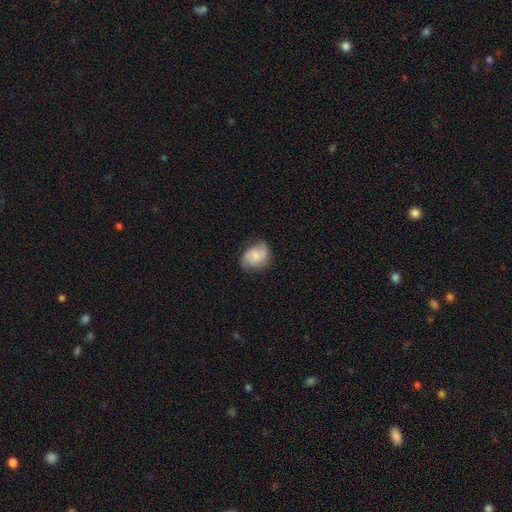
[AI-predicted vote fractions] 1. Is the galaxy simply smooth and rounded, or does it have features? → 50% smooth, 42% featured or disk, 8% star or artifact.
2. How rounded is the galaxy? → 58% in between, 41% round, 1% cigar-shaped.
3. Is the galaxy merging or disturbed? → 67% none, 25% minor disturbance, 7% major disturbance, 1% merger.